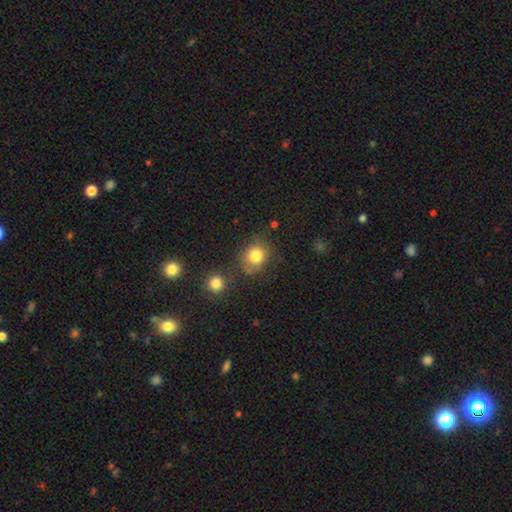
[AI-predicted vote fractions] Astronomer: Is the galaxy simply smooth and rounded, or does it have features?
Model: smooth — 82%.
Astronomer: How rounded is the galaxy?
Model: round — 73%.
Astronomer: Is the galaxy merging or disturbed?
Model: none — 69%.